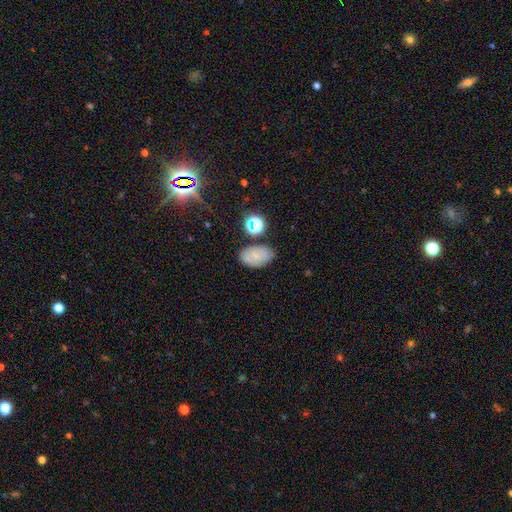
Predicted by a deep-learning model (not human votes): smooth-or-featured: smooth: 55% | featured or disk: 26% | star or artifact: 19%
  how-rounded: in between: 89% | round: 10% | cigar-shaped: 2%
  merging: none: 73% | minor disturbance: 16% | merger: 6% | major disturbance: 5%